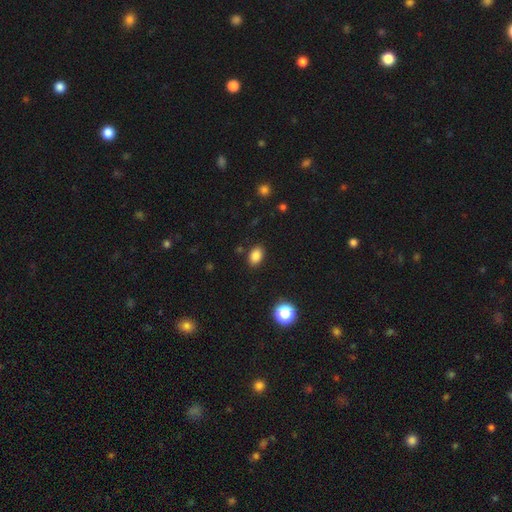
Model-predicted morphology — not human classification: smooth 85%, star or artifact 10%, featured or disk 5%. Down the decision tree: how rounded — in between (84%); merging — none (87%).